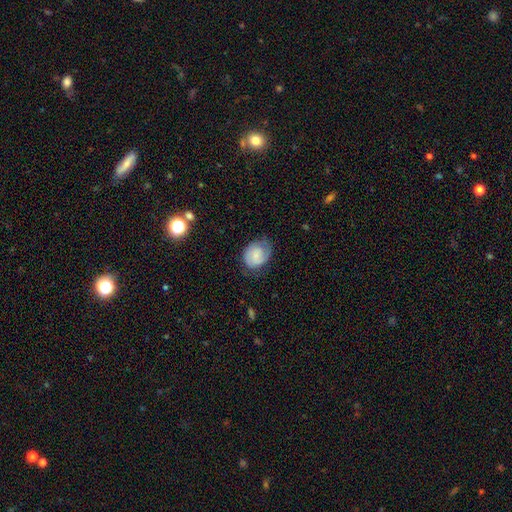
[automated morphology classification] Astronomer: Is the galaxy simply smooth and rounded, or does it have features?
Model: smooth — 48% (runner-up: featured or disk, 45%).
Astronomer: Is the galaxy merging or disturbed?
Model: none — 62%.